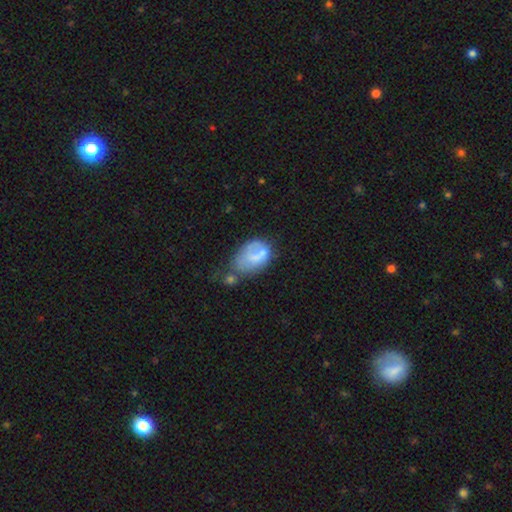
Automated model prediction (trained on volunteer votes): Smooth or featured: smooth — 62% (featured or disk — 29%)
How rounded: in between — 82% (round — 16%)
Merging: minor disturbance — 28% (major disturbance — 26%)